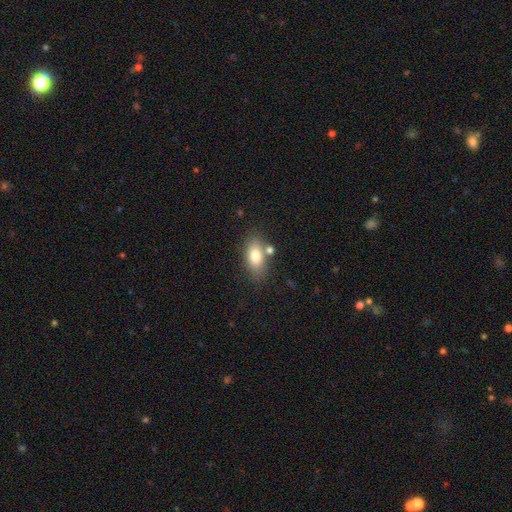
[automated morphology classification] Smooth or featured? smooth (77%)
How rounded? in between (85%)
Merging? none (70%)